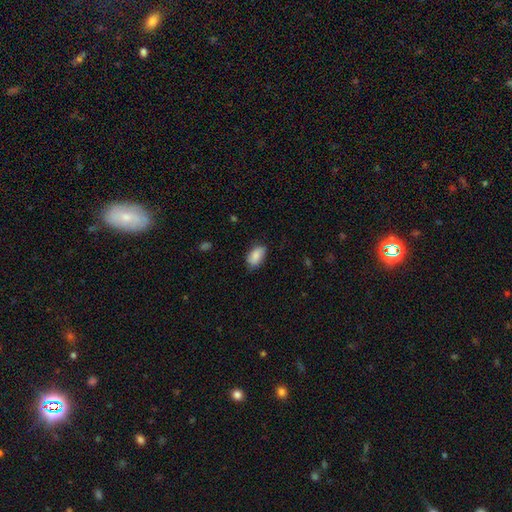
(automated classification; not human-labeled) Smooth or featured?
  - smooth: 85% *
  - featured or disk: 8%
  - star or artifact: 7%
How rounded?
  - in between: 93% *
  - round: 5%
  - cigar-shaped: 2%
Merging?
  - none: 71% *
  - minor disturbance: 23%
  - major disturbance: 4%
  - merger: 1%